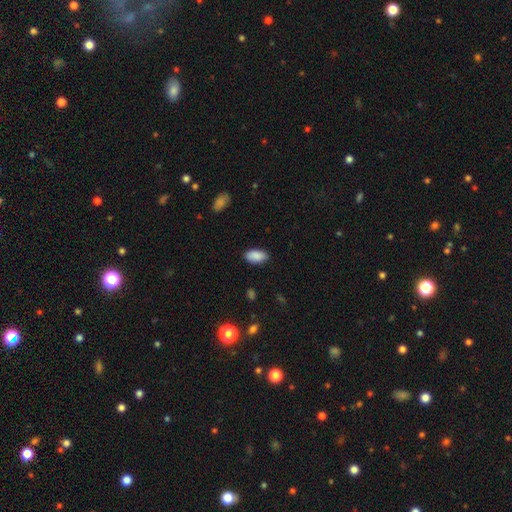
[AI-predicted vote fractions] smooth-or-featured: smooth: 89% | star or artifact: 7% | featured or disk: 4%
  how-rounded: in between: 93% | cigar-shaped: 4% | round: 3%
  merging: none: 87% | minor disturbance: 10% | major disturbance: 2% | merger: 1%